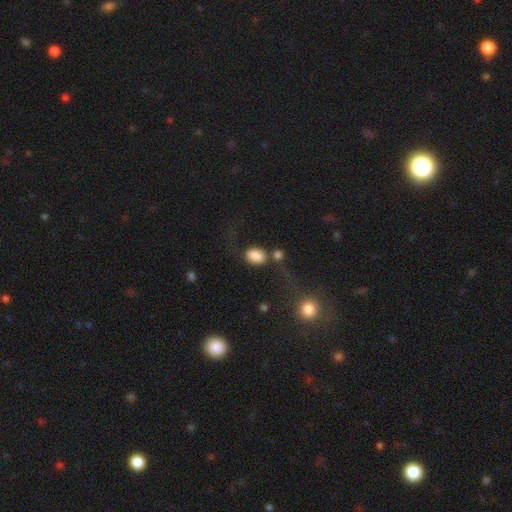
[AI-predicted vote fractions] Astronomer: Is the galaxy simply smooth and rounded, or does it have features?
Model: smooth — 81%.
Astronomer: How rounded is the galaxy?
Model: in between — 78%.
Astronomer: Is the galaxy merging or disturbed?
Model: none — 38% (runner-up: merger, 28%).